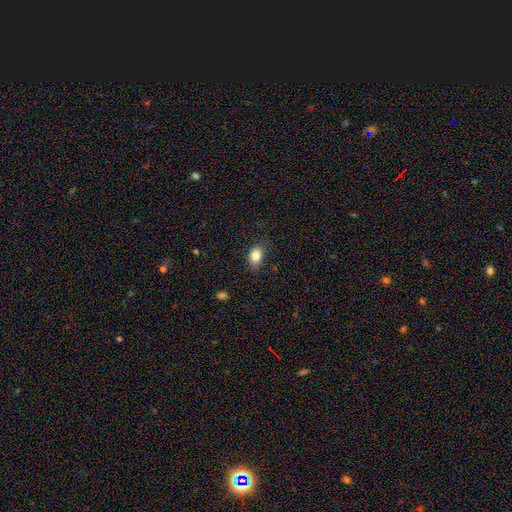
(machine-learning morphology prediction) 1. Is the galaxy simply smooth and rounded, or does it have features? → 84% smooth, 9% star or artifact, 6% featured or disk.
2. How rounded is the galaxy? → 71% in between, 28% round, 1% cigar-shaped.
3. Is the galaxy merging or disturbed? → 71% none, 22% minor disturbance, 6% major disturbance, 1% merger.